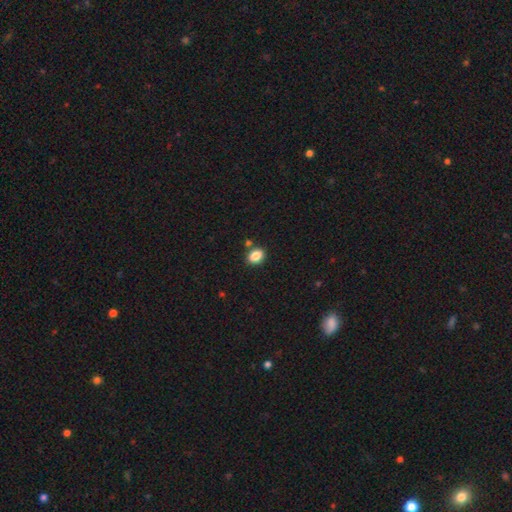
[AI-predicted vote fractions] Smooth or featured? Predicted: smooth (p=0.86). How rounded? Predicted: in between (p=0.65). Merging? Predicted: none (p=0.80).